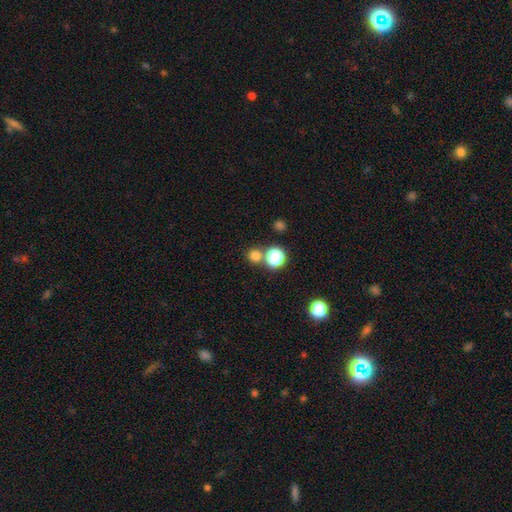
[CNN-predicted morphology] type=smooth (74%); roundness=round (90%); merging=none (69%).